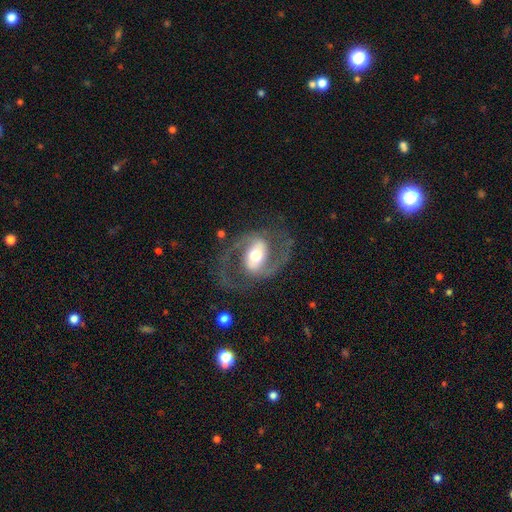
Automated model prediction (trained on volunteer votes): This appears to be a featured or disk galaxy (88%) with a strong bar (39%), 2 (93%) medium (60%) spiral arms (94%) and a moderate central bulge (64%). Merging: none (74%).